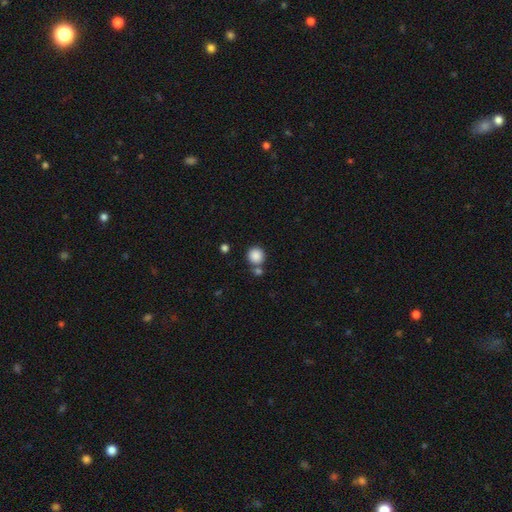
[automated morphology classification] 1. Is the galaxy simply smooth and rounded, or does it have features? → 87% smooth, 9% star or artifact, 4% featured or disk.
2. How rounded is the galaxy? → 92% round, 7% in between, 1% cigar-shaped.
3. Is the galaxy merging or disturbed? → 67% none, 21% merger, 9% minor disturbance, 3% major disturbance.